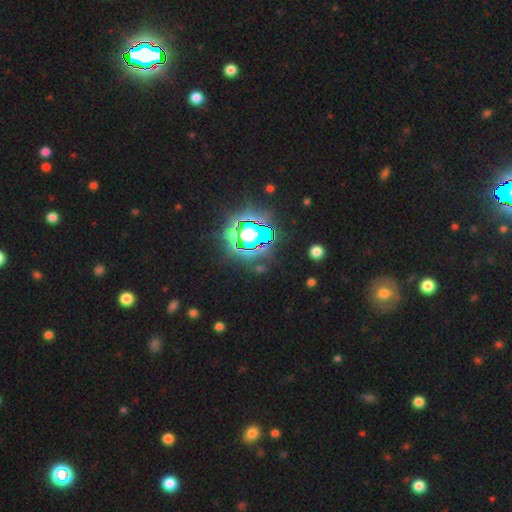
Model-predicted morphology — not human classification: star or artifact 79%, smooth 13%, featured or disk 8%.